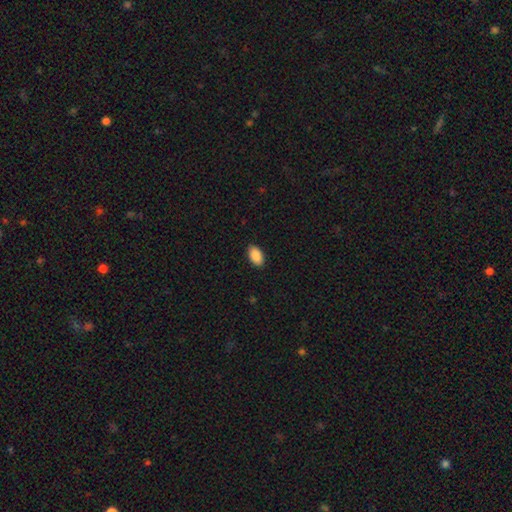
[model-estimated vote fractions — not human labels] smooth 90%, star or artifact 7%, featured or disk 3%. Down the decision tree: how rounded — in between (94%); merging — none (90%).